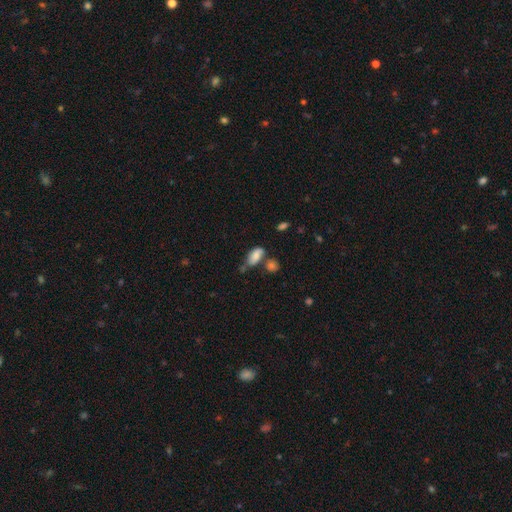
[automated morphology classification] Smooth or featured? smooth (80%)
How rounded? in between (88%)
Merging? none (43%)